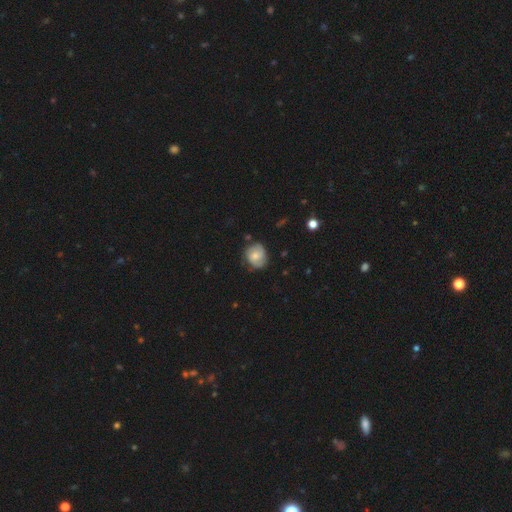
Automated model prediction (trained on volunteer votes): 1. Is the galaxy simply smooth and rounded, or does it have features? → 51% smooth, 41% featured or disk, 7% star or artifact.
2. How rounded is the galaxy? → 73% round, 26% in between, 1% cigar-shaped.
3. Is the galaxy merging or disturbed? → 65% none, 27% minor disturbance, 7% major disturbance, 2% merger.